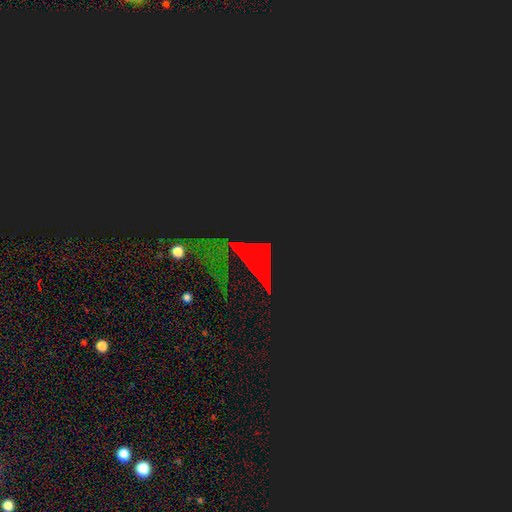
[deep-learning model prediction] Smooth or featured: star or artifact — 77% (smooth — 11%)